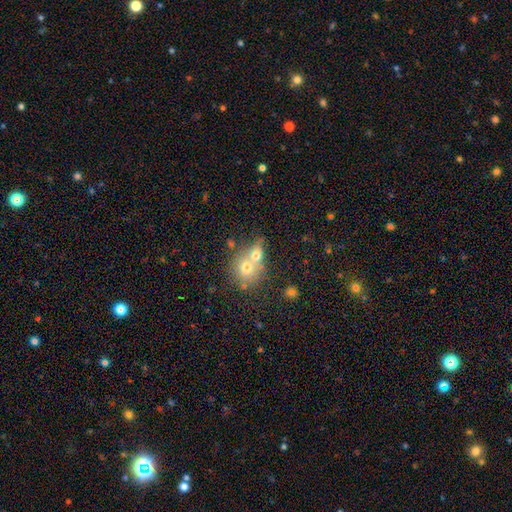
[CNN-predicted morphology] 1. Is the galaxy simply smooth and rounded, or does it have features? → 66% smooth, 23% featured or disk, 12% star or artifact.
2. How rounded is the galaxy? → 61% round, 37% in between, 2% cigar-shaped.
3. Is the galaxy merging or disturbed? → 63% merger, 26% none, 7% minor disturbance, 4% major disturbance.